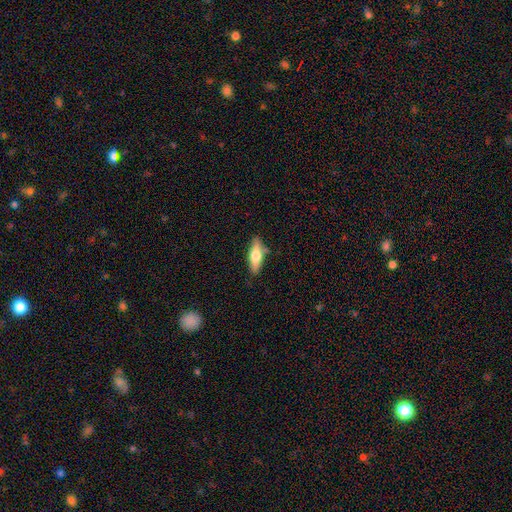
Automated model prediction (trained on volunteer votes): The model was most divided on "how rounded": in between: 52%, cigar-shaped: 46%, round: 3%. More confident: merging — none (78%); smooth or featured — smooth (58%).